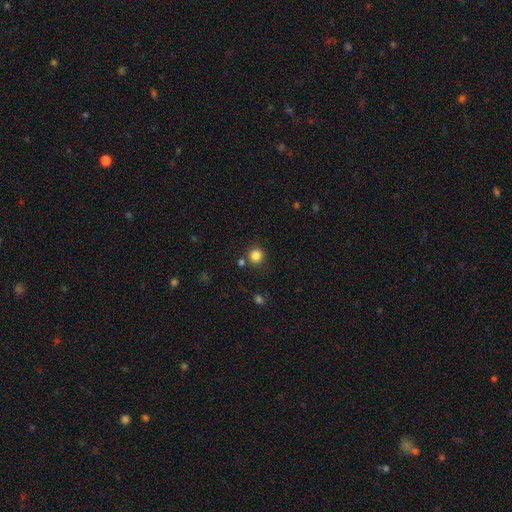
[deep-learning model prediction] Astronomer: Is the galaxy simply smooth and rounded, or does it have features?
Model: smooth — 84%.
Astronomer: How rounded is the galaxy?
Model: round — 93%.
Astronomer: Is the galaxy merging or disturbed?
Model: none — 84%.